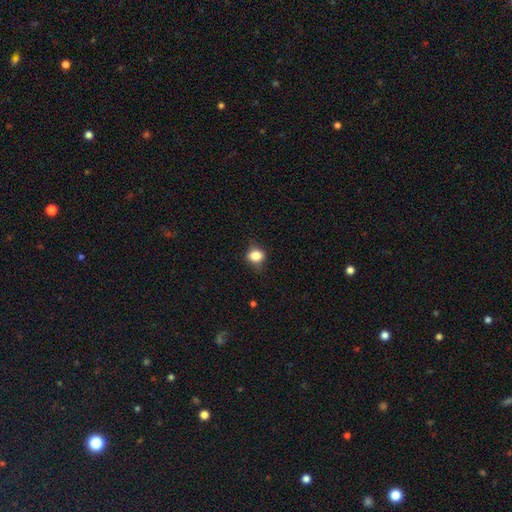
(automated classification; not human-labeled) This appears to be a smooth galaxy with no disk features (81%) that is round (56%). Merging: none (74%).